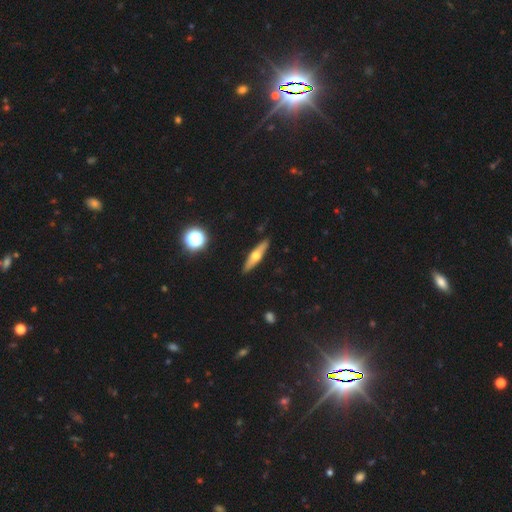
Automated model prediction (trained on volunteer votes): smooth-or-featured: featured or disk: 53% | smooth: 40% | star or artifact: 7%
  disk-edge-on: yes: 90% | no: 10%
  merging: none: 90% | minor disturbance: 7% | major disturbance: 2% | merger: 1%